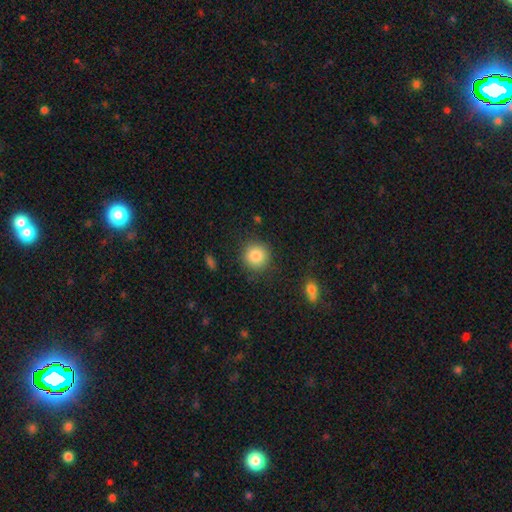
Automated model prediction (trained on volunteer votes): Morphology: type=smooth (85%); roundness=round (92%); merging=none (88%).